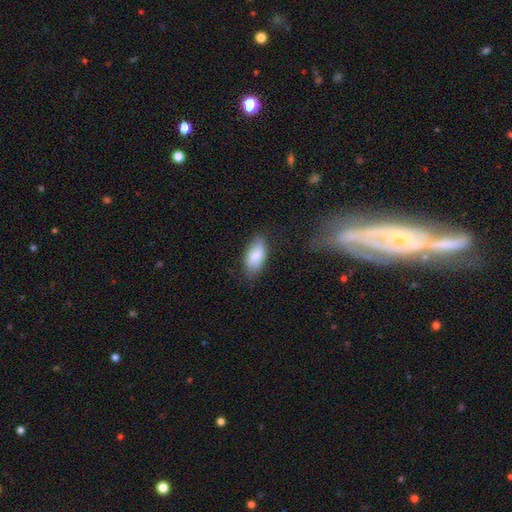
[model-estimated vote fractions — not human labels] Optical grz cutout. It shows a smooth galaxy with no disk features (79%) that is in between round and cigar-shaped (90%). Merging: none (76%).